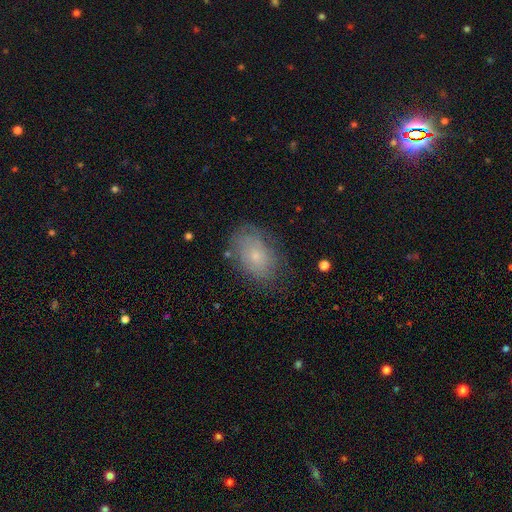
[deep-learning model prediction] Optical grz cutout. It shows a smooth galaxy with no disk features (54%) that is in between round and cigar-shaped (83%). Merging: none (70%).